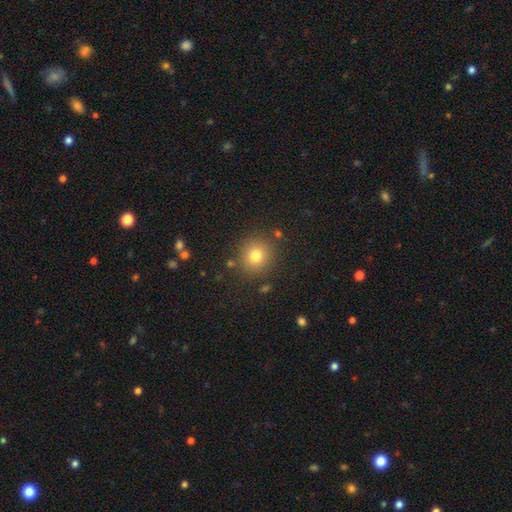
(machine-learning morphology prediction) This appears to be a smooth galaxy with no disk features (77%) that is round (88%). Merging: none (85%).